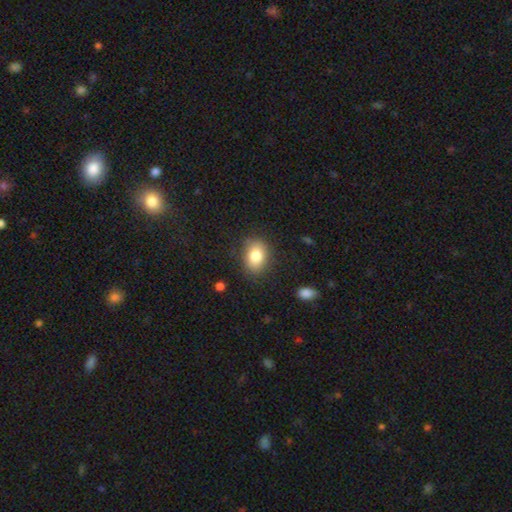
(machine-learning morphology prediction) Q: Smooth or featured?
A: smooth (82%); runner-up: featured or disk (9%)
Q: How rounded?
A: in between (73%); runner-up: round (25%)
Q: Merging?
A: none (83%); runner-up: minor disturbance (12%)